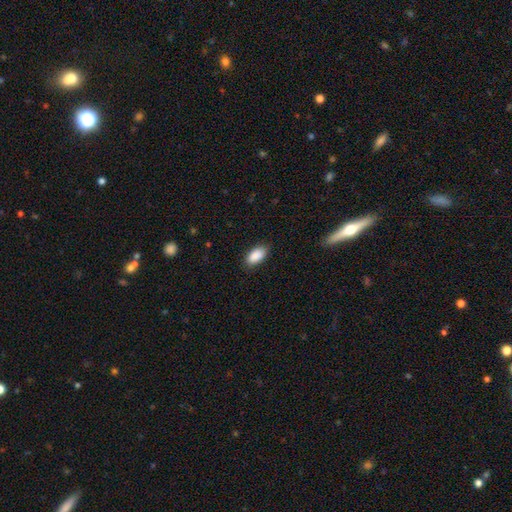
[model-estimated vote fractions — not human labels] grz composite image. It shows a smooth galaxy with no disk features (90%) that is in between round and cigar-shaped (93%). Merging: none (83%).